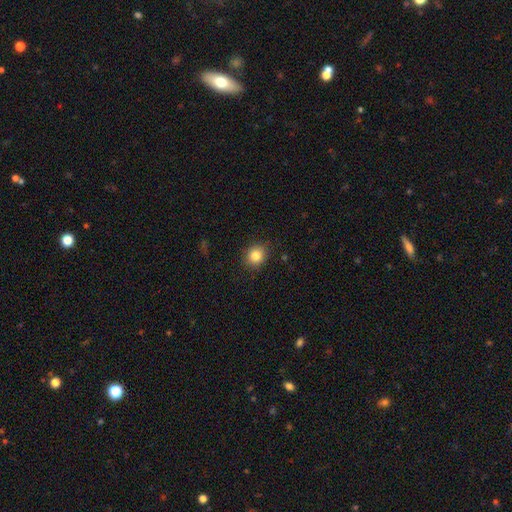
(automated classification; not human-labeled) Smooth or featured?
  - smooth: 84% *
  - star or artifact: 10%
  - featured or disk: 6%
How rounded?
  - round: 79% *
  - in between: 20%
  - cigar-shaped: 1%
Merging?
  - none: 87% *
  - minor disturbance: 9%
  - major disturbance: 3%
  - merger: 1%